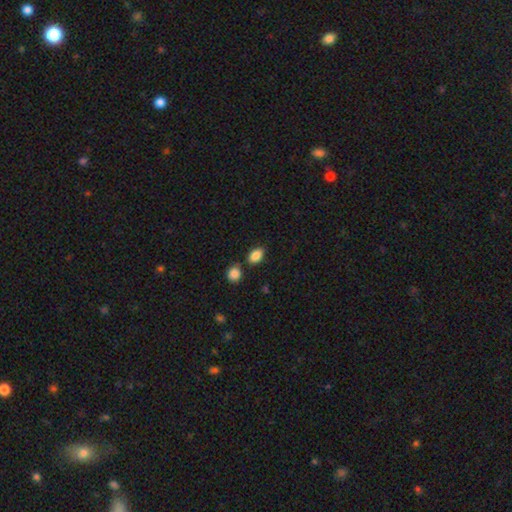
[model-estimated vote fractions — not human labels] A smooth galaxy with no disk features (86%) that is in between round and cigar-shaped (84%). Merging: none (73%).